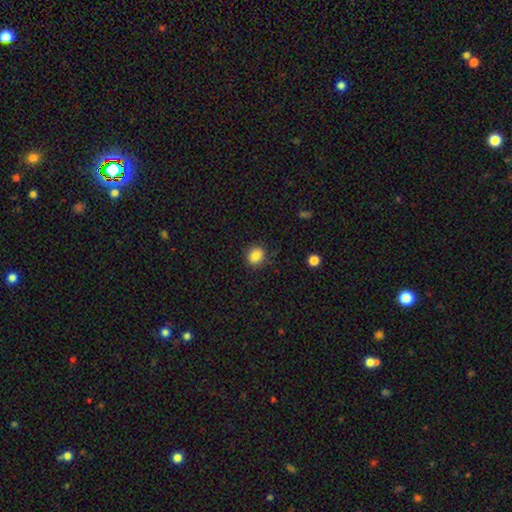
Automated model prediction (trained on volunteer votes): Overall: smooth (85%). How rounded: round (74%). Merging: none (85%).